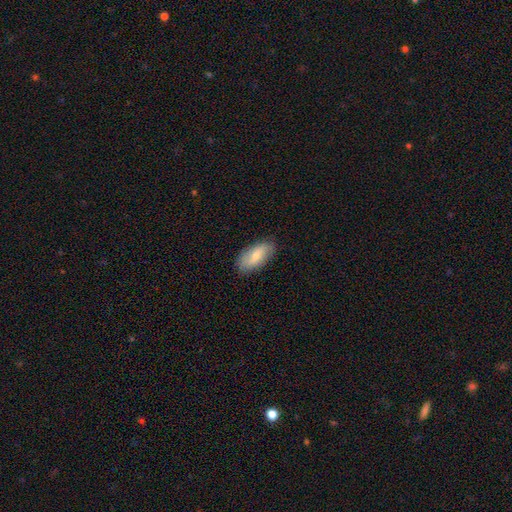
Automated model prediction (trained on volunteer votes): A smooth galaxy with no disk features (76%) that is in between round and cigar-shaped (90%).

Vote fractions:
- Smooth or featured? smooth: 76% / featured or disk: 19% / star or artifact: 6%
- How rounded? in between: 90% / cigar-shaped: 7% / round: 2%
- Merging? none: 84% / minor disturbance: 13% / major disturbance: 3% / merger: 1%